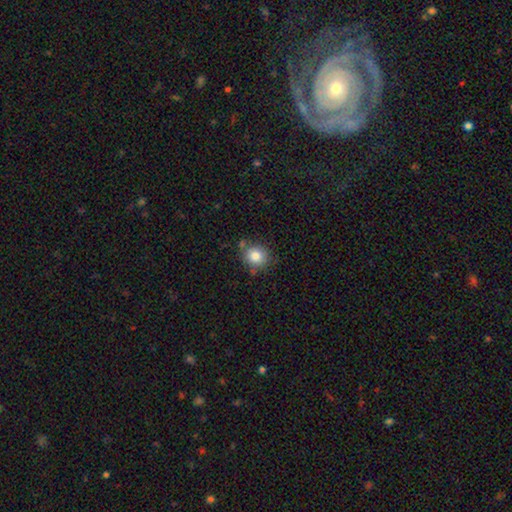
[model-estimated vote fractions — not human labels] A smooth galaxy with no disk features (81%) that is round (85%). Merging: none (73%).